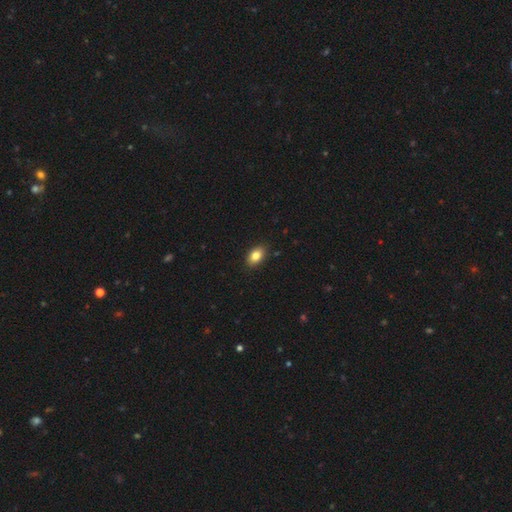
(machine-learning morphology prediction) Smooth or featured? smooth (84%)
How rounded? in between (87%)
Merging? none (88%)